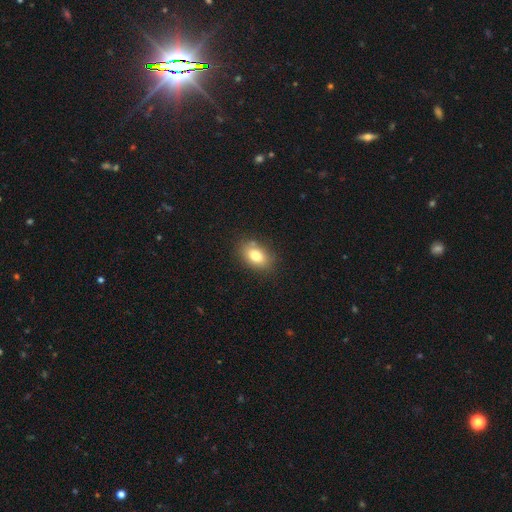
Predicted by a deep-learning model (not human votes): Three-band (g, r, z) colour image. It shows a smooth galaxy with no disk features (79%) that is in between round and cigar-shaped (84%). Merging: none (80%).